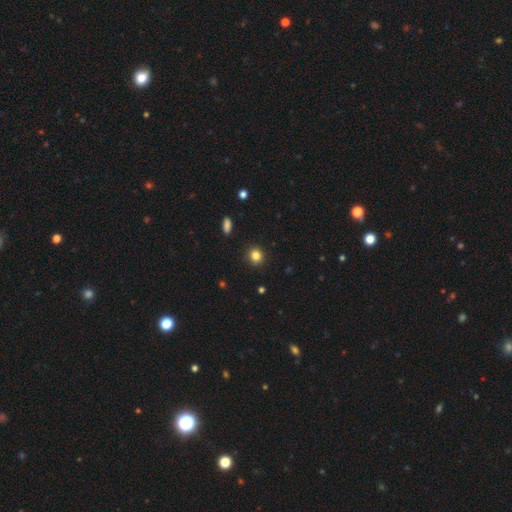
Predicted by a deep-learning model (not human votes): Smooth or featured?
  - smooth: 83% *
  - star or artifact: 12%
  - featured or disk: 5%
How rounded?
  - round: 86% *
  - in between: 13%
  - cigar-shaped: 1%
Merging?
  - none: 91% *
  - minor disturbance: 6%
  - major disturbance: 2%
  - merger: 1%